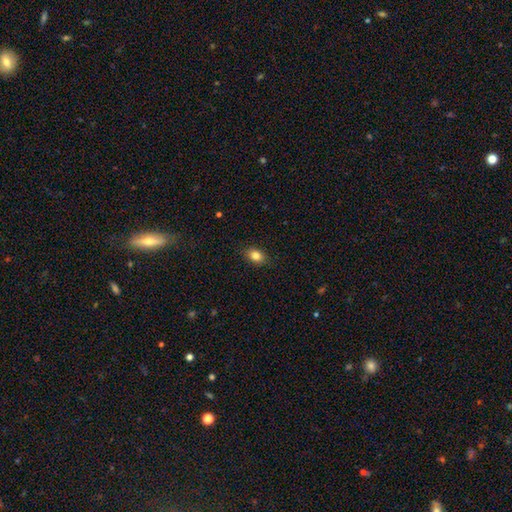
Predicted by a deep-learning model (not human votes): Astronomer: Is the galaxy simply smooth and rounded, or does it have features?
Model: smooth — 83%.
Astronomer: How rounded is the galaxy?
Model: in between — 72%.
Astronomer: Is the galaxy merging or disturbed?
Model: none — 87%.